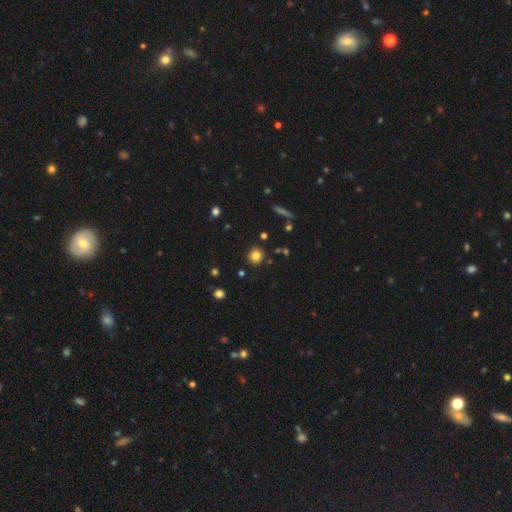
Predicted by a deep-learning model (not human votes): This appears to be a smooth galaxy with no disk features (81%) that is round (89%). Merging: none (89%).